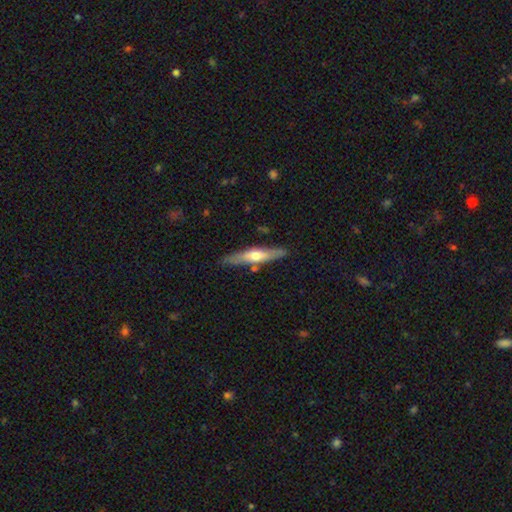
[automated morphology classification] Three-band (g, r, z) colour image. It shows a featured or disk galaxy (55%) viewed edge-on (88%). Merging: none (83%).